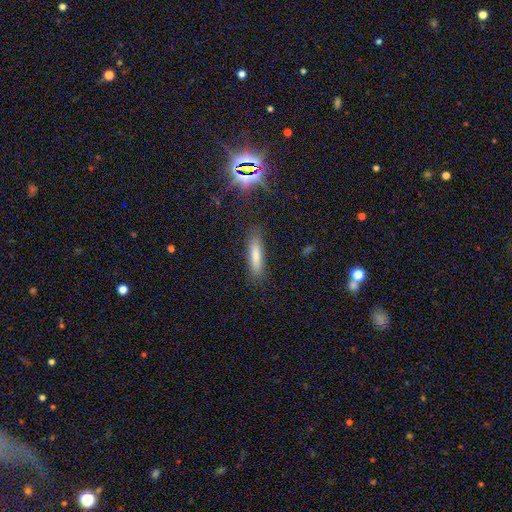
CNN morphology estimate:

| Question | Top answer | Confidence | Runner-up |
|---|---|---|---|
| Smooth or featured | smooth | 79% | featured or disk (13%) |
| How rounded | cigar-shaped | 74% | in between (25%) |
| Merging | none | 84% | minor disturbance (11%) |